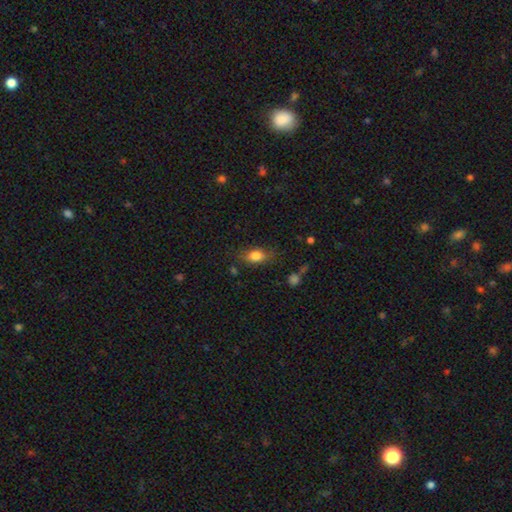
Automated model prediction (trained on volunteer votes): Smooth or featured? Predicted: smooth (p=0.79). How rounded? Predicted: in between (p=0.80). Merging? Predicted: none (p=0.74).